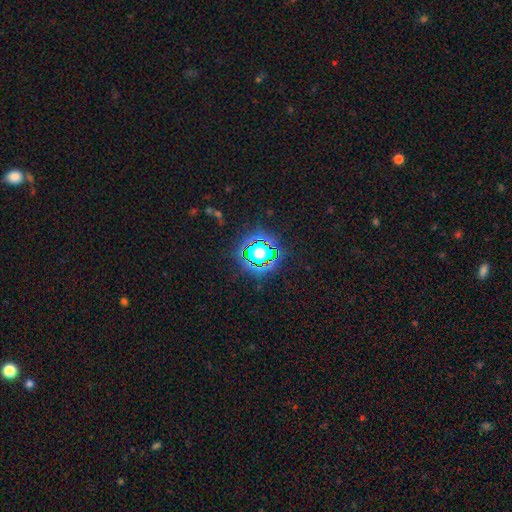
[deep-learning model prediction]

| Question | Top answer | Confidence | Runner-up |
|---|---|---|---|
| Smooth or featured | star or artifact | 81% | smooth (12%) |